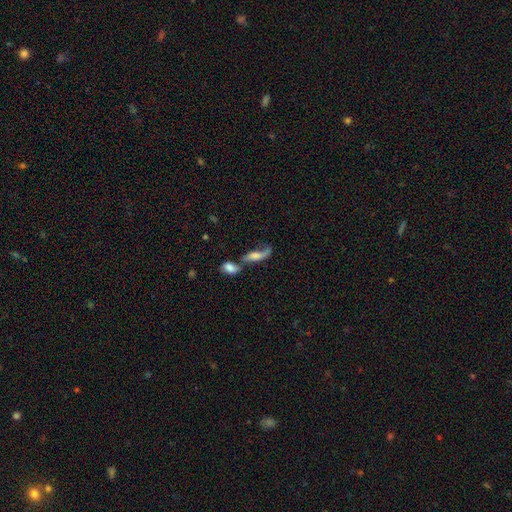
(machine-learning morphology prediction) featured or disk 47%, smooth 43%, star or artifact 10%. Down the decision tree: merging — merger (47%).